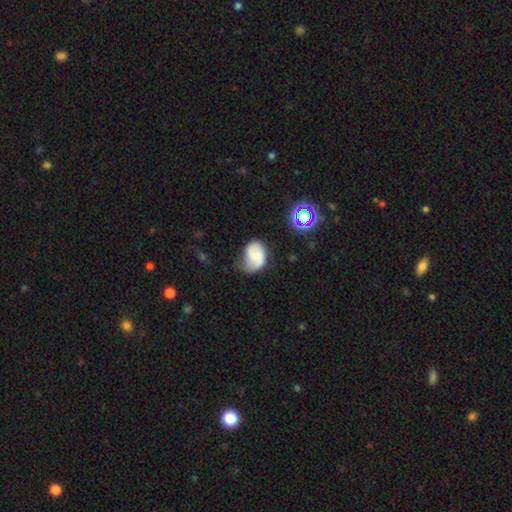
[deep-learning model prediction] This is possibly a featured or disk galaxy (47%). Merging: marginally none (41%).